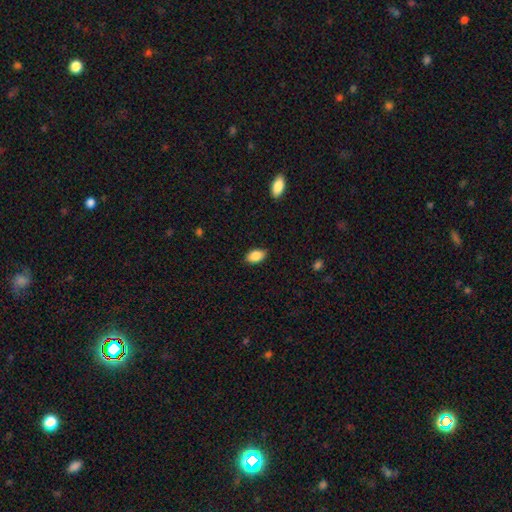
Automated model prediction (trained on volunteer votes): A smooth galaxy with no disk features (87%) that is in between round and cigar-shaped (92%).

Vote fractions:
- Smooth or featured? smooth: 87% / star or artifact: 7% / featured or disk: 5%
- How rounded? in between: 92% / round: 7% / cigar-shaped: 2%
- Merging? none: 87% / minor disturbance: 10% / major disturbance: 2% / merger: 1%